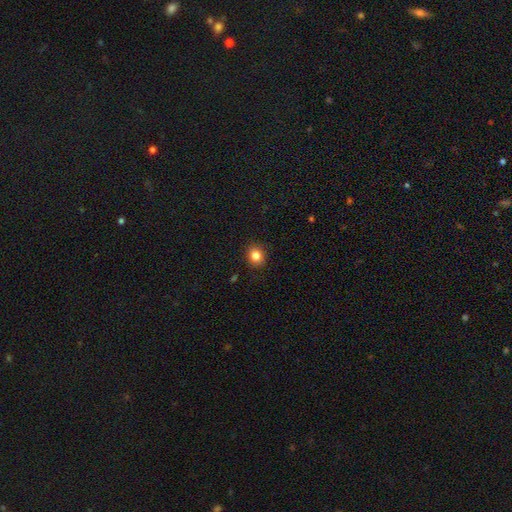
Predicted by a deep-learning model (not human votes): smooth_or_featured: smooth (p=0.84) [alt: star or artifact p=0.11]
how_rounded: round (p=0.71) [alt: in between p=0.28]
merging: none (p=0.89) [alt: minor disturbance p=0.08]